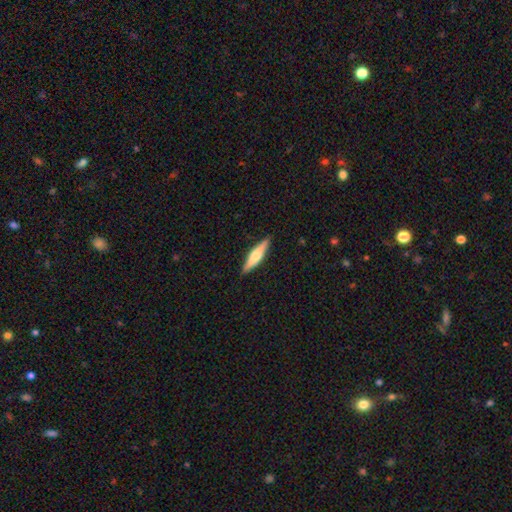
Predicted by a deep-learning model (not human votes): Smooth or featured?
  - featured or disk: 50% *
  - smooth: 45%
  - star or artifact: 5%
Merging?
  - none: 90% *
  - minor disturbance: 7%
  - major disturbance: 1%
  - merger: 1%